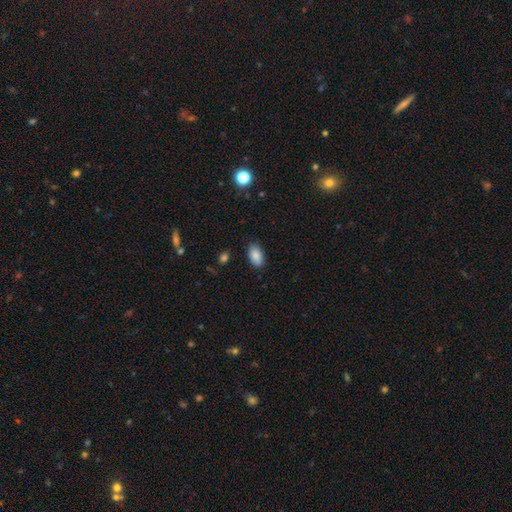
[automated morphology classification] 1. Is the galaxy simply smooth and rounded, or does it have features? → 87% smooth, 8% star or artifact, 5% featured or disk.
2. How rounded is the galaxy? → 93% in between, 5% round, 2% cigar-shaped.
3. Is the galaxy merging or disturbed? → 85% none, 11% minor disturbance, 2% major disturbance, 1% merger.